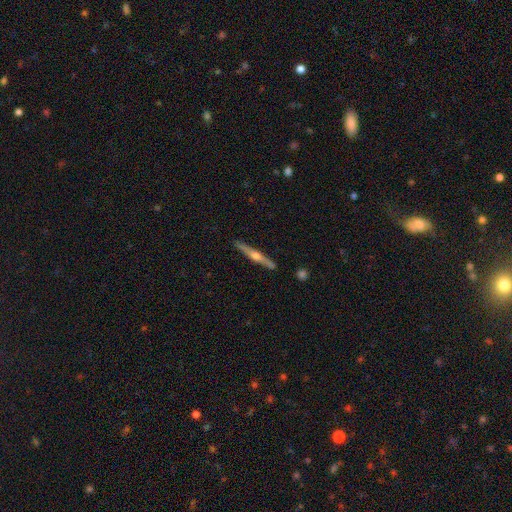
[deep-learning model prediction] Q: Smooth or featured?
A: featured or disk (74%); runner-up: smooth (21%)
Q: Edge-on disk?
A: yes (98%); runner-up: no (2%)
Q: Edge-on bulge?
A: rounded (92%); runner-up: none (4%)
Q: Merging?
A: none (90%); runner-up: minor disturbance (7%)